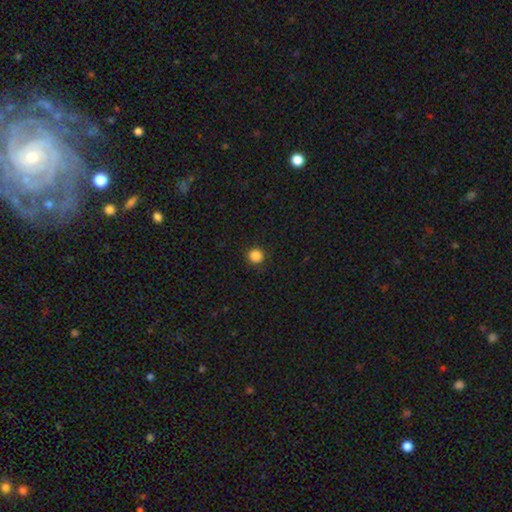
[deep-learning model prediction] Q: Smooth or featured?
A: smooth (86%); runner-up: star or artifact (11%)
Q: How rounded?
A: round (95%); runner-up: in between (5%)
Q: Merging?
A: none (91%); runner-up: minor disturbance (6%)